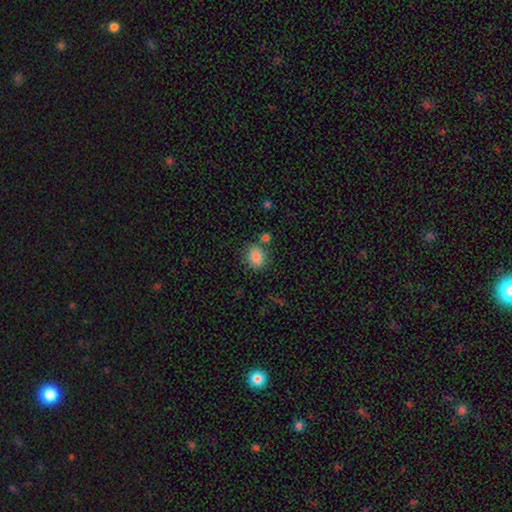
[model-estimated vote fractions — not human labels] Overall: smooth (84%). How rounded: round (60%; in between 39%). Merging: none (75%).